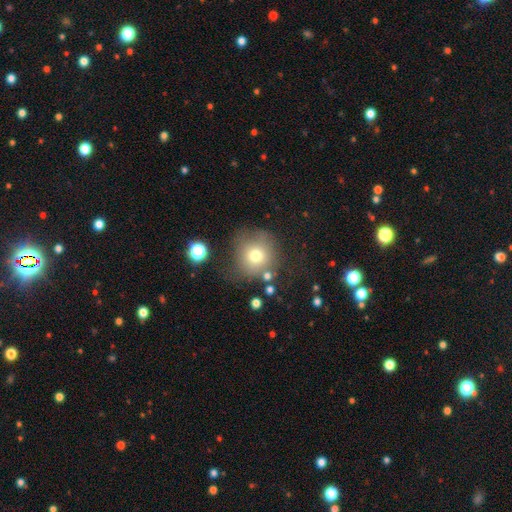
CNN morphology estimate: A smooth galaxy with no disk features (71%) that is round (90%).

Vote fractions:
- Smooth or featured? smooth: 71% / star or artifact: 15% / featured or disk: 14%
- How rounded? round: 90% / in between: 9% / cigar-shaped: 1%
- Merging? none: 65% / minor disturbance: 19% / major disturbance: 11% / merger: 6%